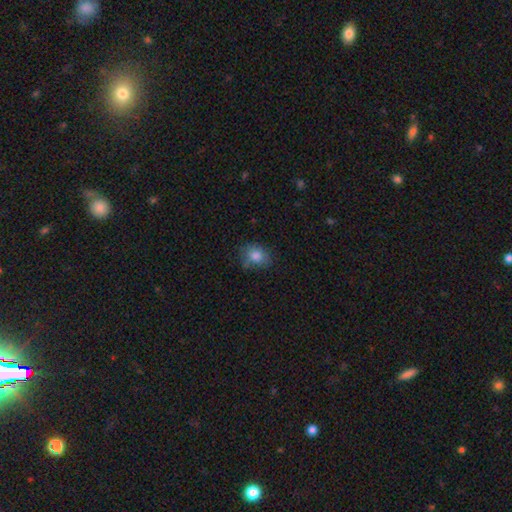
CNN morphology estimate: A smooth galaxy with no disk features (82%) that is in between round and cigar-shaped (52%).

Vote fractions:
- Smooth or featured? smooth: 82% / star or artifact: 10% / featured or disk: 9%
- How rounded? in between: 52% / round: 47% / cigar-shaped: 1%
- Merging? none: 65% / minor disturbance: 25% / major disturbance: 7% / merger: 3%